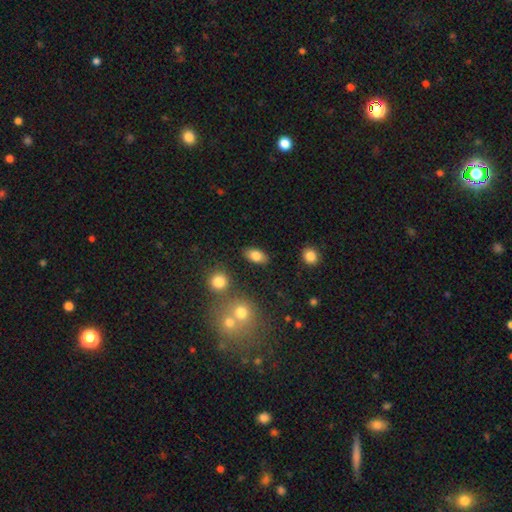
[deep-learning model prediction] Q: Smooth or featured?
A: smooth (81%); runner-up: featured or disk (10%)
Q: How rounded?
A: in between (89%); runner-up: round (8%)
Q: Merging?
A: none (85%); runner-up: minor disturbance (9%)